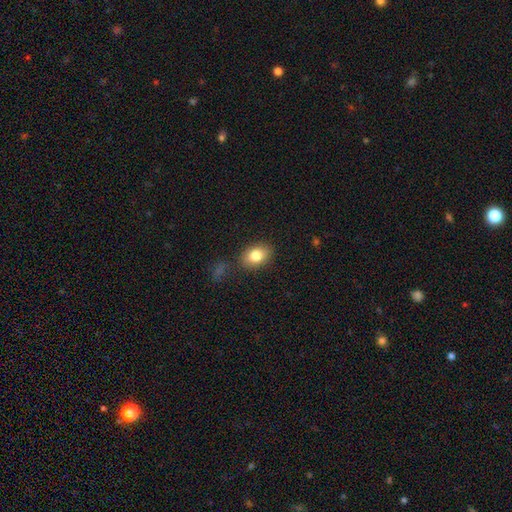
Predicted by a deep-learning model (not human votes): smooth 81%, featured or disk 10%, star or artifact 9%. Down the decision tree: how rounded — in between (73%); merging — none (83%).